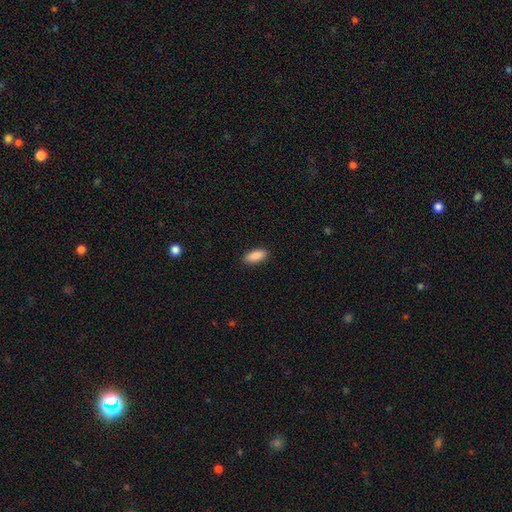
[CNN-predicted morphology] smooth 90%, star or artifact 6%, featured or disk 4%. Down the decision tree: how rounded — in between (85%); merging — none (90%).